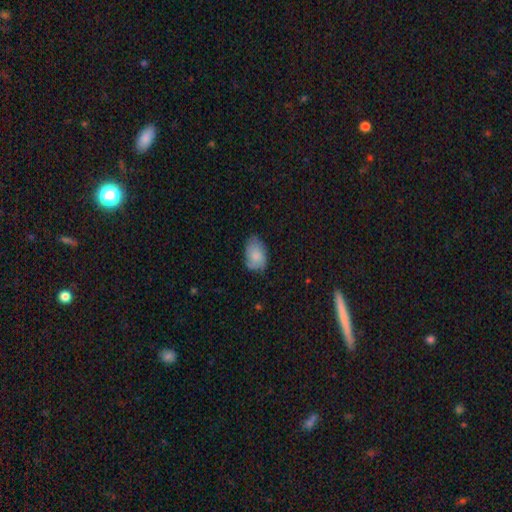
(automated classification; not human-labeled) The model was most divided on "merging": none: 62%, minor disturbance: 30%, major disturbance: 7%, merger: 1%. More confident: how rounded — in between (88%); smooth or featured — smooth (78%).